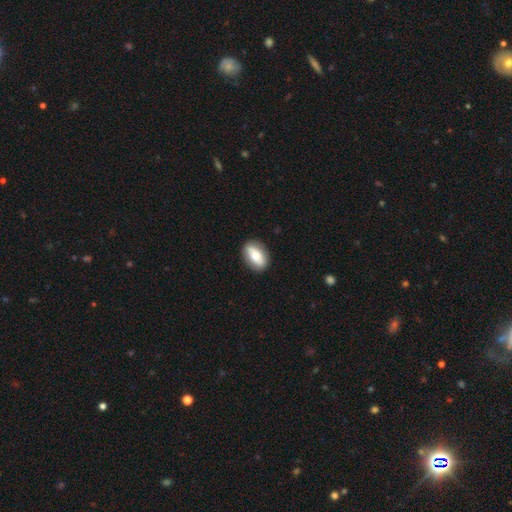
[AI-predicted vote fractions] Smooth or featured? Predicted: smooth (p=0.61). How rounded? Predicted: in between (p=0.84). Merging? Predicted: none (p=0.87).